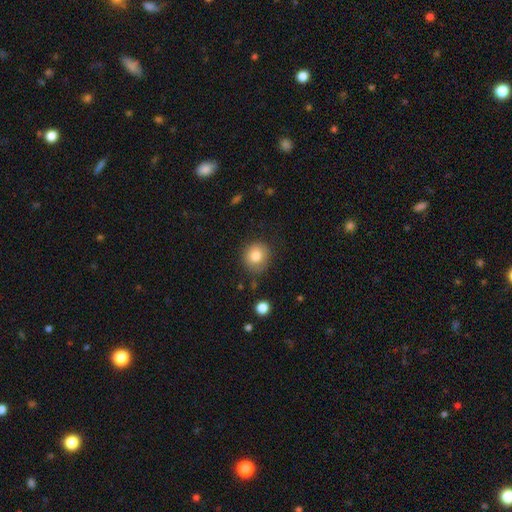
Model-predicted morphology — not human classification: smooth-or-featured: smooth: 82% | star or artifact: 9% | featured or disk: 9%
  how-rounded: round: 84% | in between: 15% | cigar-shaped: 1%
  merging: none: 80% | minor disturbance: 15% | major disturbance: 4% | merger: 2%